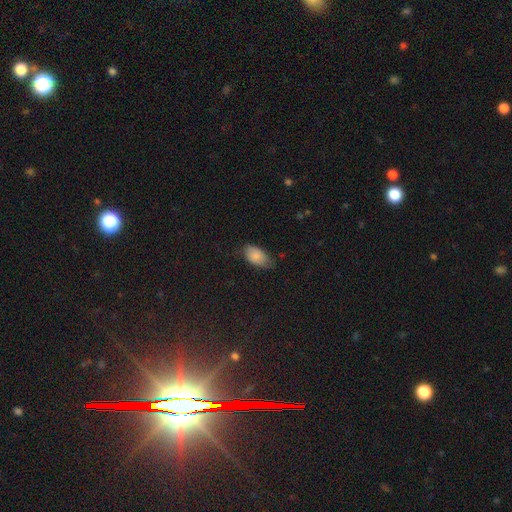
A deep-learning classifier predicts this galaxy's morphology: type=smooth (86%); roundness=in between (94%); merging=none (62%).